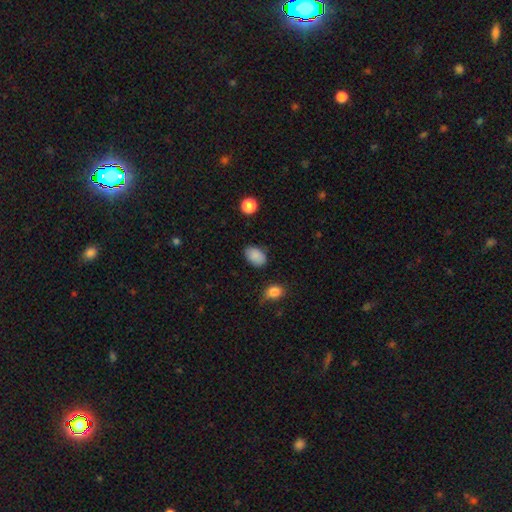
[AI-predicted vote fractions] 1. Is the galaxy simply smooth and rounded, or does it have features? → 88% smooth, 8% star or artifact, 4% featured or disk.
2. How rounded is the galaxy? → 85% in between, 14% round, 1% cigar-shaped.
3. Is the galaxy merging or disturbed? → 81% none, 14% minor disturbance, 3% major disturbance, 2% merger.